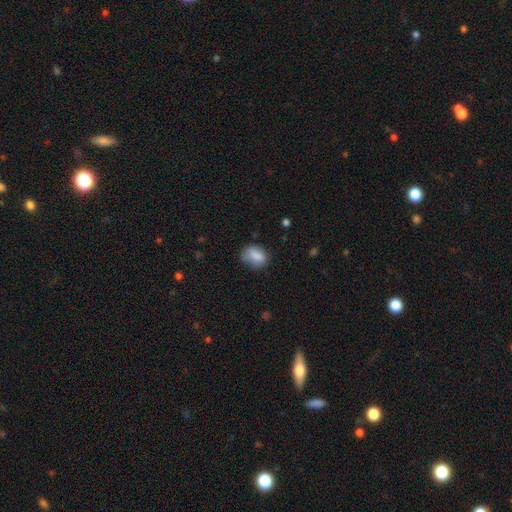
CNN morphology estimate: Q: Smooth or featured?
A: smooth (80%); runner-up: featured or disk (11%)
Q: How rounded?
A: in between (61%); runner-up: round (37%)
Q: Merging?
A: none (60%); runner-up: minor disturbance (27%)